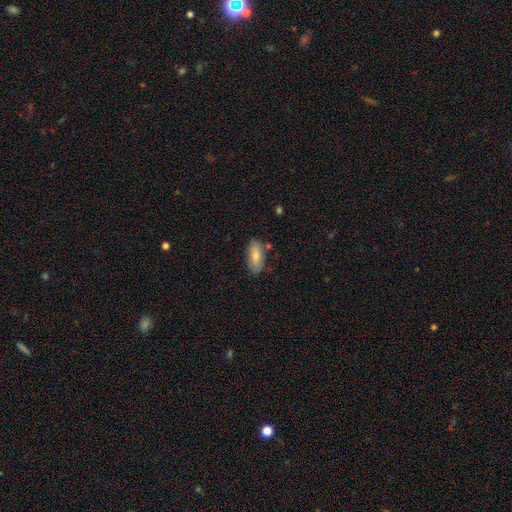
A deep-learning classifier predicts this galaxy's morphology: Smooth or featured? Predicted: smooth (p=0.76). How rounded? Predicted: in between (p=0.85). Merging? Predicted: none (p=0.78).